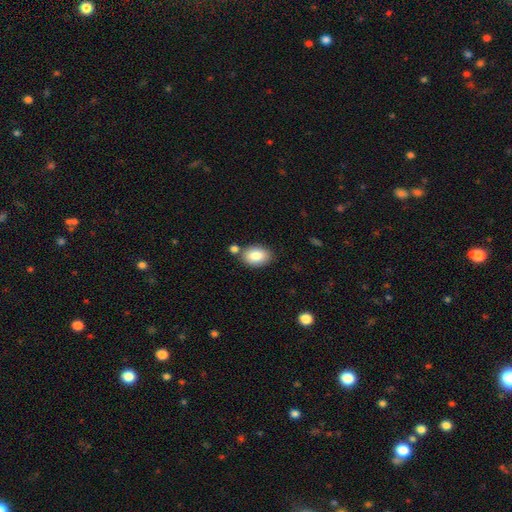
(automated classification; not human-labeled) This is clearly a smooth galaxy (84%). How rounded: clearly in between (86%). Merging: likely none (73%).